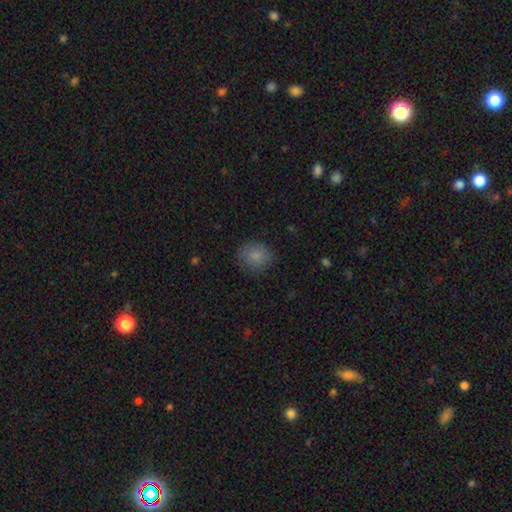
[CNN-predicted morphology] Q: Smooth or featured?
A: smooth (85%); runner-up: star or artifact (10%)
Q: How rounded?
A: round (72%); runner-up: in between (27%)
Q: Merging?
A: none (83%); runner-up: minor disturbance (13%)